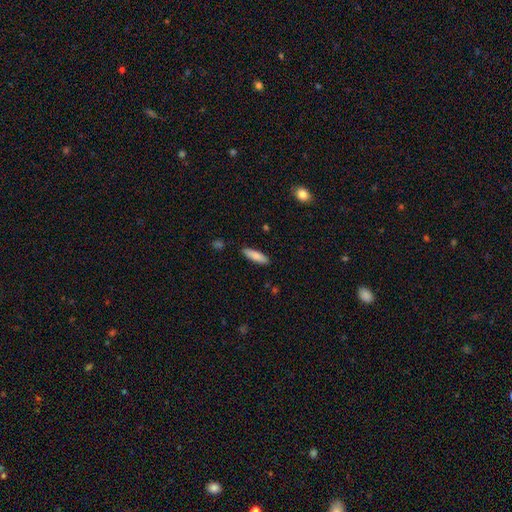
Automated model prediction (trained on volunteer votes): smooth 84%, featured or disk 10%, star or artifact 6%. Down the decision tree: how rounded — cigar-shaped (64%); merging — none (88%).